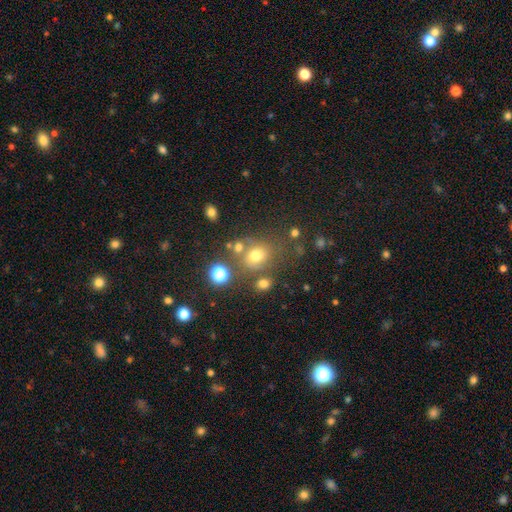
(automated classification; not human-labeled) Smooth or featured: smooth — 66% (star or artifact — 20%)
How rounded: round — 66% (in between — 33%)
Merging: none — 62% (minor disturbance — 15%)